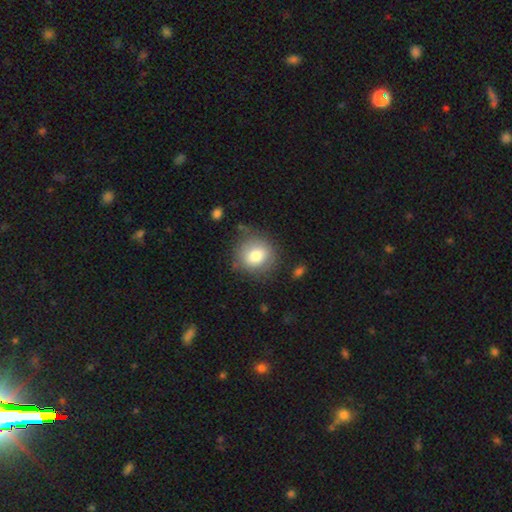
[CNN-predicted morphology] A smooth galaxy with no disk features (78%) that is round (86%).

Vote fractions:
- Smooth or featured? smooth: 78% / featured or disk: 13% / star or artifact: 9%
- How rounded? round: 86% / in between: 13% / cigar-shaped: 1%
- Merging? none: 79% / minor disturbance: 13% / major disturbance: 5% / merger: 2%